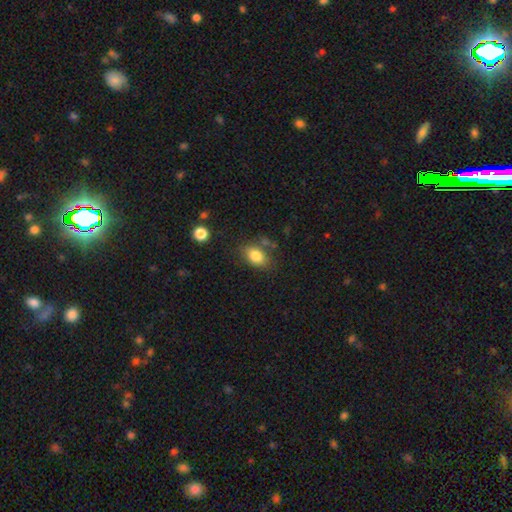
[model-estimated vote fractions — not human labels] Smooth or featured?
  - smooth: 82% *
  - featured or disk: 9%
  - star or artifact: 9%
How rounded?
  - in between: 80% *
  - round: 19%
  - cigar-shaped: 2%
Merging?
  - none: 72% *
  - minor disturbance: 17%
  - merger: 6%
  - major disturbance: 5%